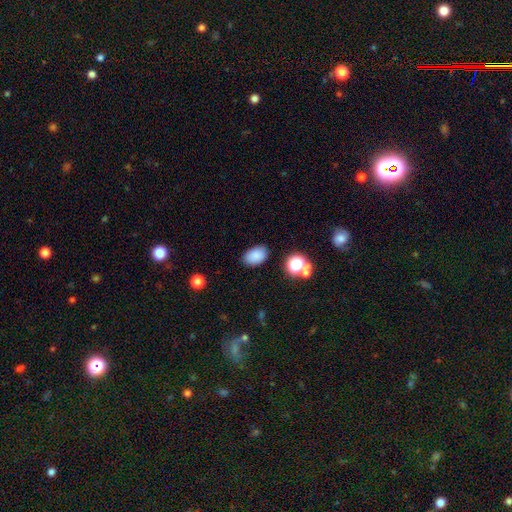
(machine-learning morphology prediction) A smooth galaxy with no disk features (84%) that is in between round and cigar-shaped (87%).

Vote fractions:
- Smooth or featured? smooth: 84% / star or artifact: 11% / featured or disk: 5%
- How rounded? in between: 87% / round: 12% / cigar-shaped: 1%
- Merging? none: 84% / minor disturbance: 11% / major disturbance: 3% / merger: 2%